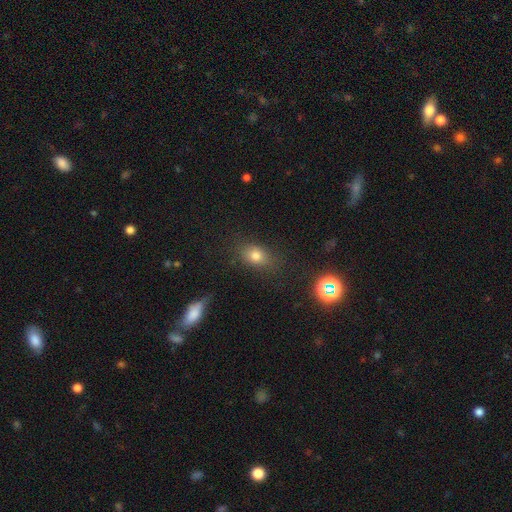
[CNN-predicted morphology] The model was most divided on "how rounded": in between: 66%, round: 31%, cigar-shaped: 3%. More confident: merging — none (77%); smooth or featured — smooth (74%).